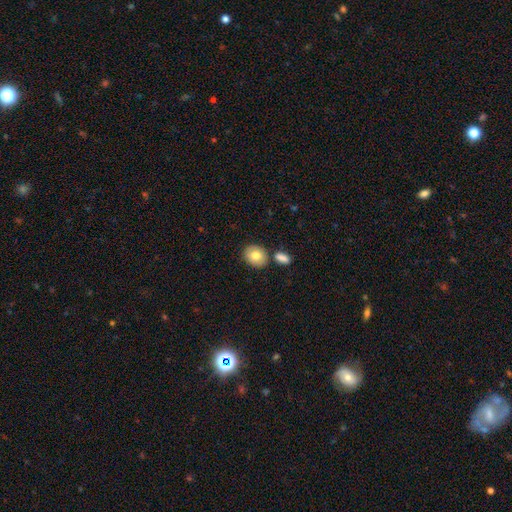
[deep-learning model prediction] Q: Smooth or featured?
A: smooth (79%); runner-up: featured or disk (13%)
Q: How rounded?
A: round (52%); runner-up: in between (47%)
Q: Merging?
A: none (75%); runner-up: merger (12%)